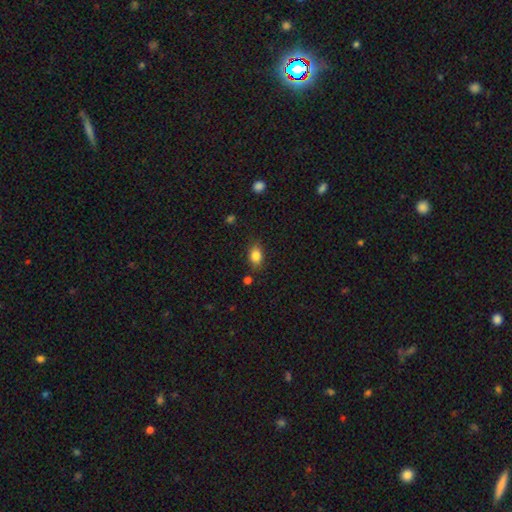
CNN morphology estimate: The model was most divided on "how rounded": in between: 78%, round: 20%, cigar-shaped: 2%. More confident: smooth or featured — smooth (85%); merging — none (81%).